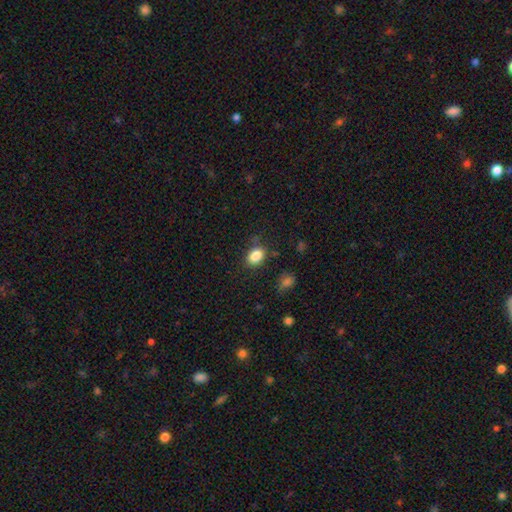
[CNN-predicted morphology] Smooth or featured: smooth — 85% (star or artifact — 9%)
How rounded: in between — 74% (round — 25%)
Merging: none — 78% (minor disturbance — 15%)